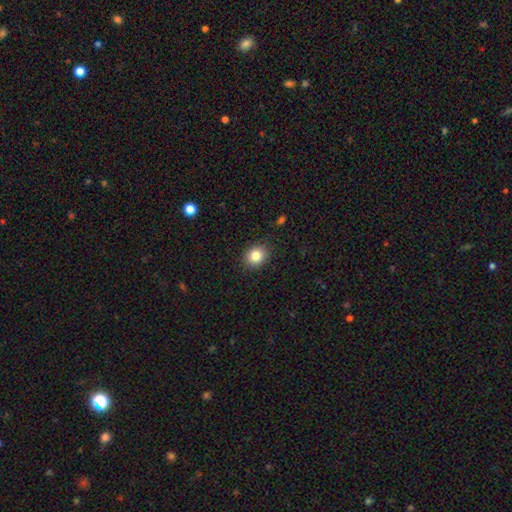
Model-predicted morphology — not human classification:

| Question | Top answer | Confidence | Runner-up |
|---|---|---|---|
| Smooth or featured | smooth | 84% | star or artifact (10%) |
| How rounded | round | 64% | in between (35%) |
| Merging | none | 89% | minor disturbance (8%) |